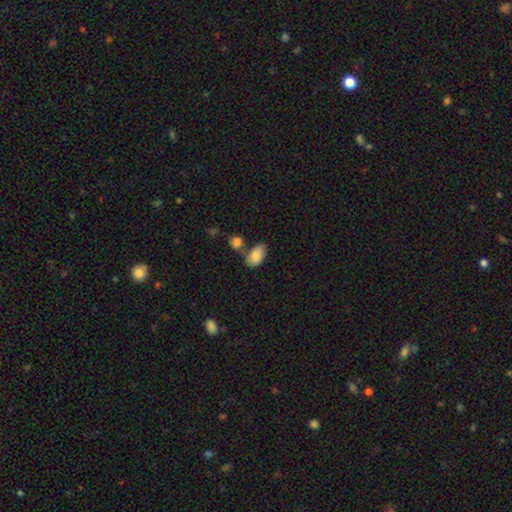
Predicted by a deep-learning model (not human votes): Overall: smooth (81%). How rounded: in between (92%). Merging: none (47%; merger 24%).